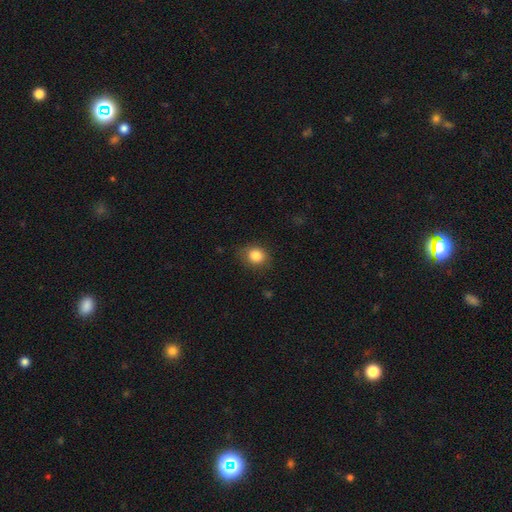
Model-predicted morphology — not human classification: Q: Smooth or featured?
A: smooth (84%); runner-up: star or artifact (10%)
Q: How rounded?
A: round (68%); runner-up: in between (31%)
Q: Merging?
A: none (81%); runner-up: minor disturbance (14%)